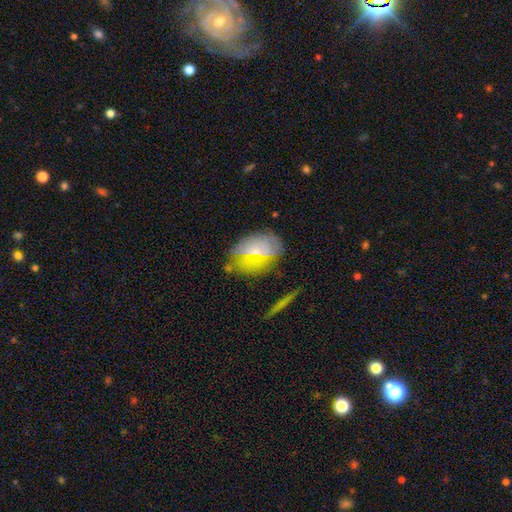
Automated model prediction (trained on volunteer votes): featured or disk 43%, smooth 41%, star or artifact 16%. Down the decision tree: merging — none (62%).